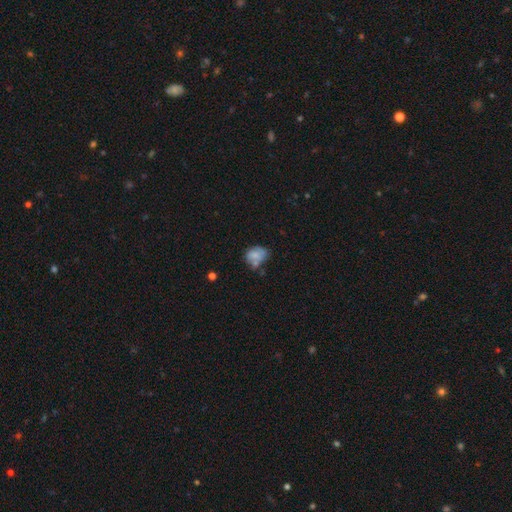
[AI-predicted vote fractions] smooth_or_featured: smooth (p=0.63) [alt: featured or disk p=0.26]
how_rounded: in between (p=0.62) [alt: round p=0.37]
merging: none (p=0.39) [alt: minor disturbance p=0.28]